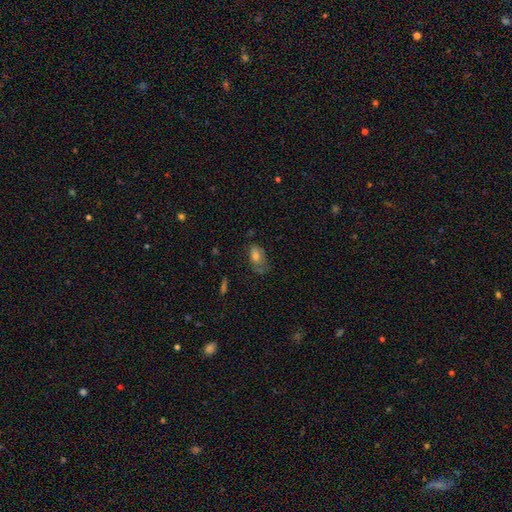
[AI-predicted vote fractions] smooth_or_featured: smooth (p=0.54) [alt: featured or disk p=0.30]
how_rounded: in between (p=0.83) [alt: round p=0.14]
merging: none (p=0.49) [alt: minor disturbance p=0.28]